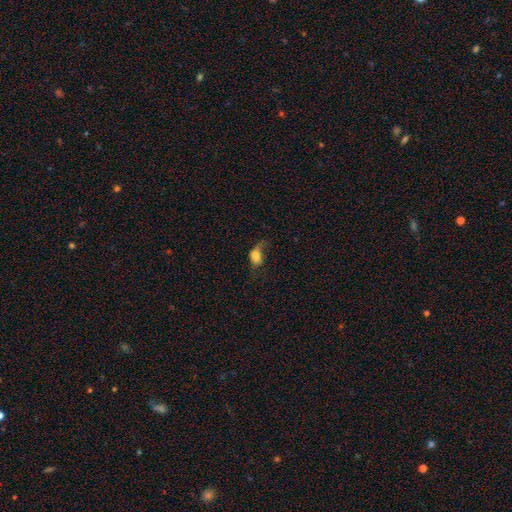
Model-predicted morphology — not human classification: Smooth or featured: smooth — 73% (featured or disk — 17%)
How rounded: in between — 77% (round — 21%)
Merging: major disturbance — 38% (none — 30%)